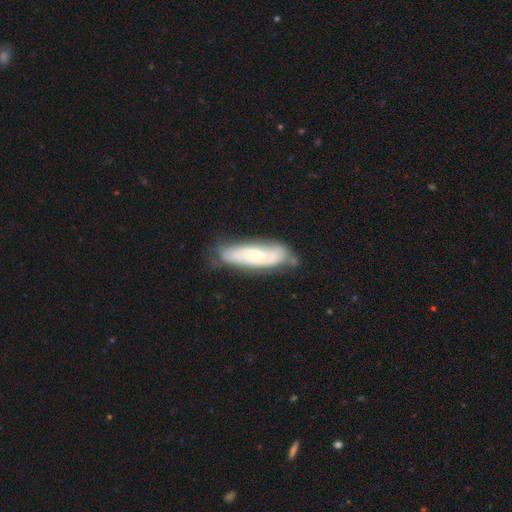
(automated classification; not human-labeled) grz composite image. It shows a featured or disk galaxy (66%) with no bar (70%), spiral arms (76%) and a small central bulge (57%). Merging: none (65%).